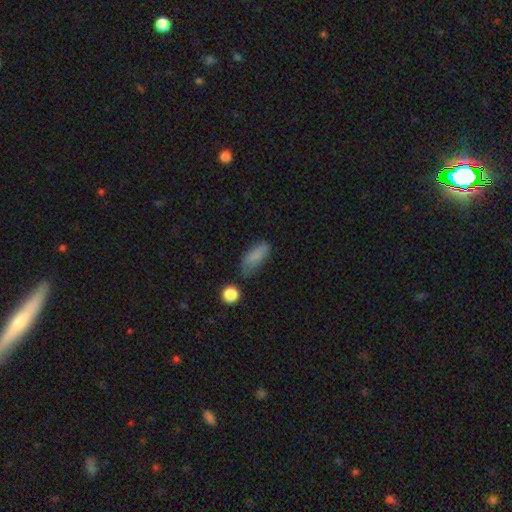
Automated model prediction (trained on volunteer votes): Morphology: type=smooth (81%); roundness=in between (78%); merging=none (59%).